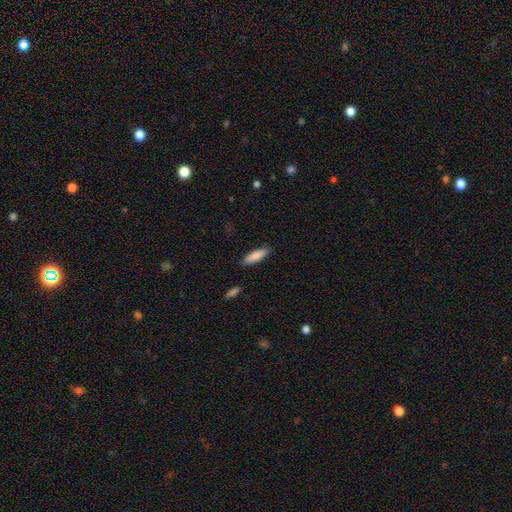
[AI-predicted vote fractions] A smooth galaxy with no disk features (86%) that is cigar-shaped (56%).

Vote fractions:
- Smooth or featured? smooth: 86% / featured or disk: 8% / star or artifact: 6%
- How rounded? cigar-shaped: 56% / in between: 42% / round: 1%
- Merging? none: 87% / minor disturbance: 9% / major disturbance: 2% / merger: 2%